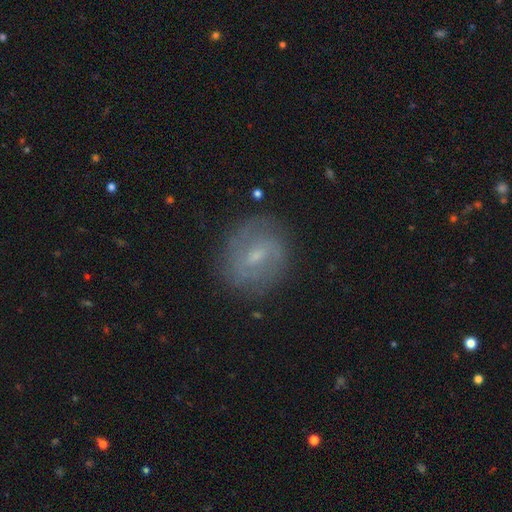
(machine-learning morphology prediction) Smooth or featured? featured or disk (59%)
Edge-on disk? no (95%)
Bar? weak (58%)
Spiral arms? yes (75%)
Bulge size? small (56%)
Merging? none (80%)